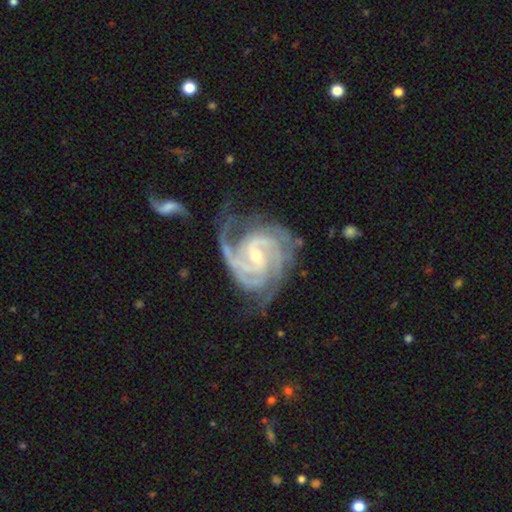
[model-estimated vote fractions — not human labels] This appears to be a featured or disk galaxy (93%) with a weak bar (46%), 3 (36%) tight (58%) spiral arms (99%) and a small central bulge (58%). Merging: none (62%).